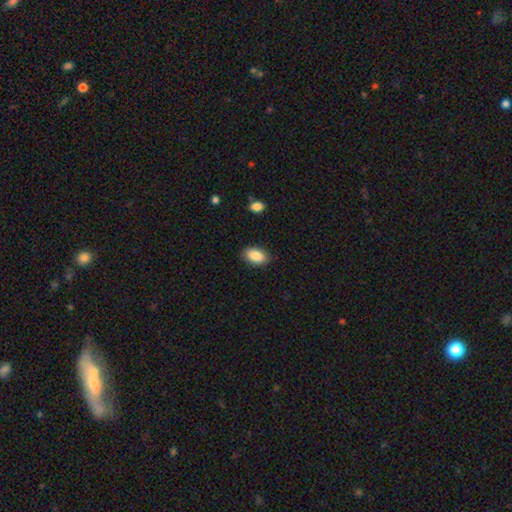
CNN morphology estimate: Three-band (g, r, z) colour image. It shows a smooth galaxy with no disk features (88%) that is in between round and cigar-shaped (93%). Merging: none (87%).